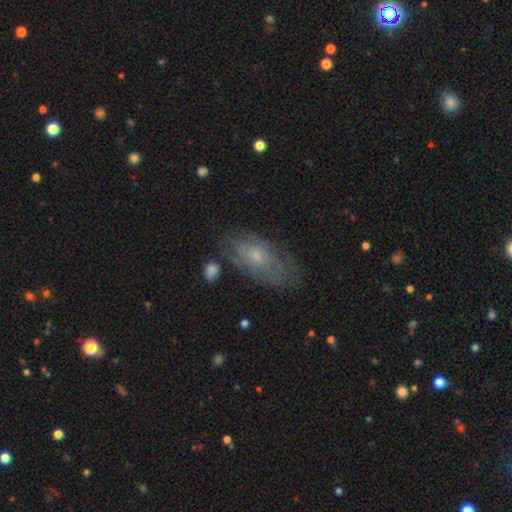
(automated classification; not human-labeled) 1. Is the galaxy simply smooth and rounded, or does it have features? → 50% smooth, 42% featured or disk, 8% star or artifact.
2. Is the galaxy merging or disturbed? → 59% none, 25% minor disturbance, 12% major disturbance, 4% merger.